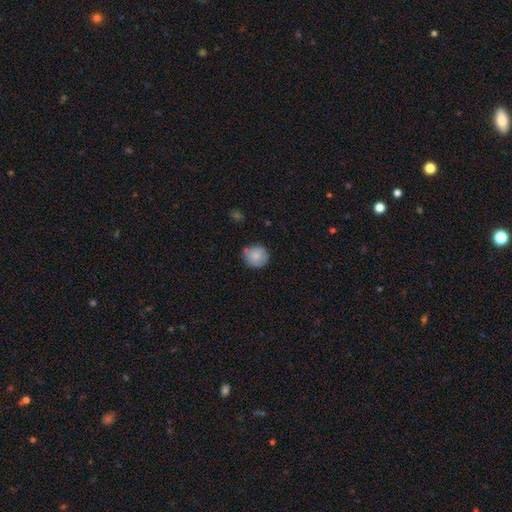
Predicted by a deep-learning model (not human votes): smooth-or-featured: smooth: 83% | featured or disk: 9% | star or artifact: 8%
  how-rounded: round: 90% | in between: 9% | cigar-shaped: 1%
  merging: none: 75% | minor disturbance: 18% | merger: 4% | major disturbance: 3%